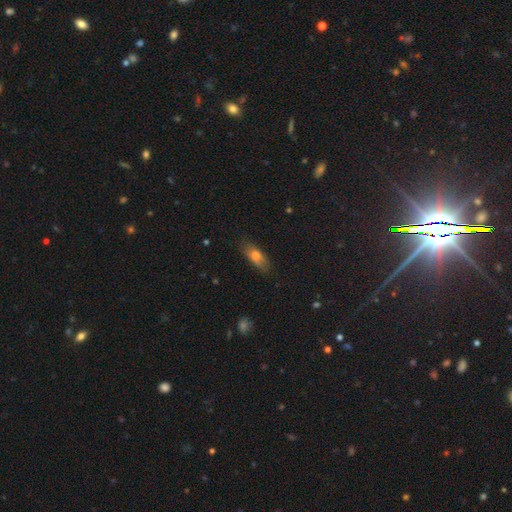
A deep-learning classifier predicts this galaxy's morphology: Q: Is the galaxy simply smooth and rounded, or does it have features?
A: smooth — 70%.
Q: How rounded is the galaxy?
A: in between — 68%.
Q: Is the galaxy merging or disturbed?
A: none — 76%.